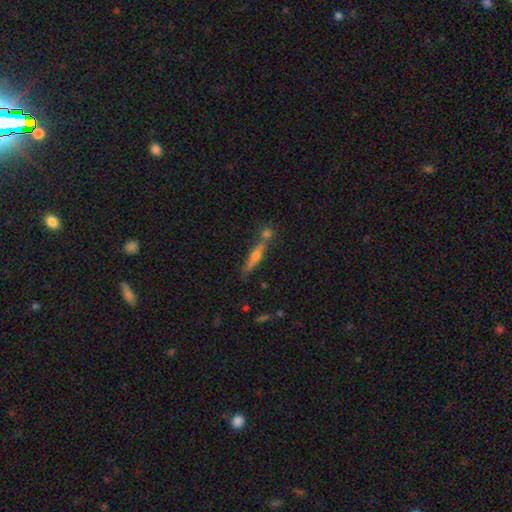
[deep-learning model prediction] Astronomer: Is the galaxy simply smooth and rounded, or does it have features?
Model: featured or disk — 59%.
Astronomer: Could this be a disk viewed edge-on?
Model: yes — 94%.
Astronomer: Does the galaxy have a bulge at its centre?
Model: rounded — 78%.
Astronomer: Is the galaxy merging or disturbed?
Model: none — 64%.